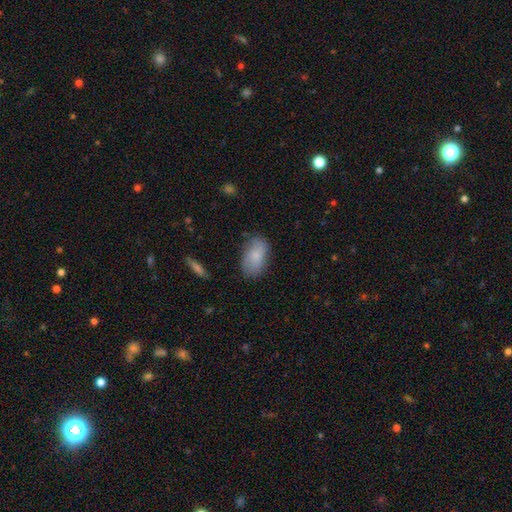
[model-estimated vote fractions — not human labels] This is clearly a smooth galaxy (80%). How rounded: clearly in between (93%). Merging: likely none (74%).